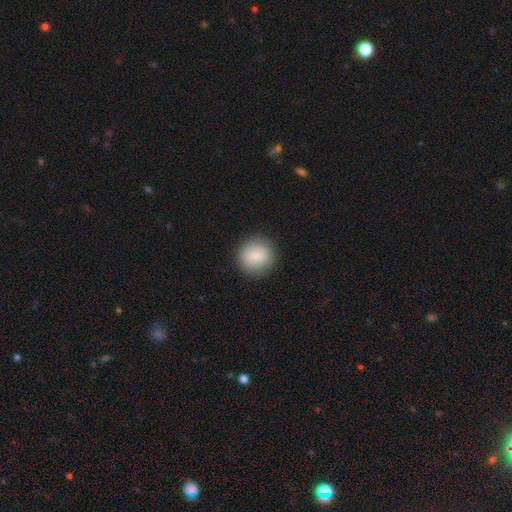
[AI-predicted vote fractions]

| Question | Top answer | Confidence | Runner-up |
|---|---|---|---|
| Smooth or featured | smooth | 80% | featured or disk (12%) |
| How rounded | round | 93% | in between (6%) |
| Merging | none | 89% | minor disturbance (8%) |